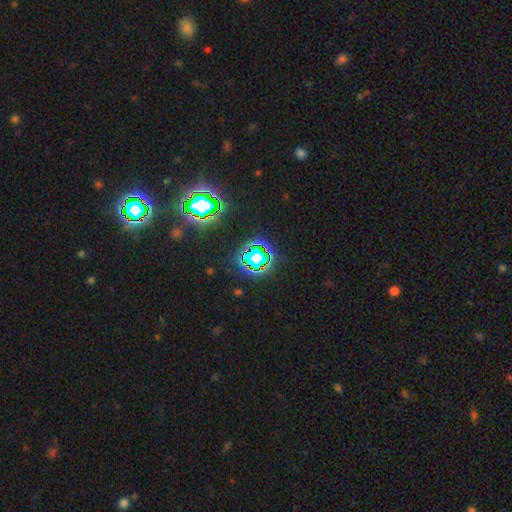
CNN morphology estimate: This appears to be a star or artifact, not a galaxy (73%).